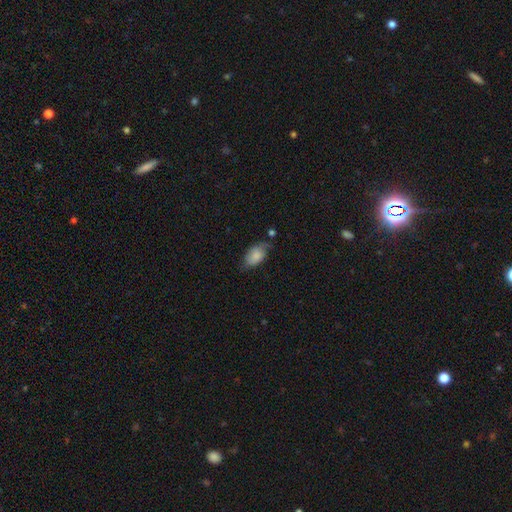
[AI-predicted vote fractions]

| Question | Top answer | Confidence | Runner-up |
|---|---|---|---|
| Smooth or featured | smooth | 79% | featured or disk (14%) |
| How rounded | in between | 92% | round (5%) |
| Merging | none | 55% | minor disturbance (34%) |